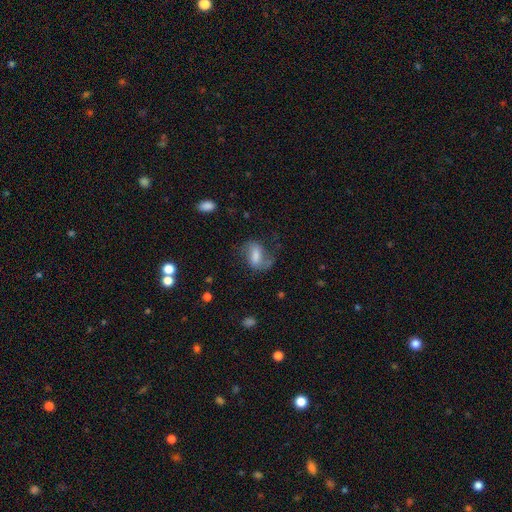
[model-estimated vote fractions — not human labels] Overall: featured or disk (45%, tied with smooth). Merging: none (53%; minor disturbance 22%).